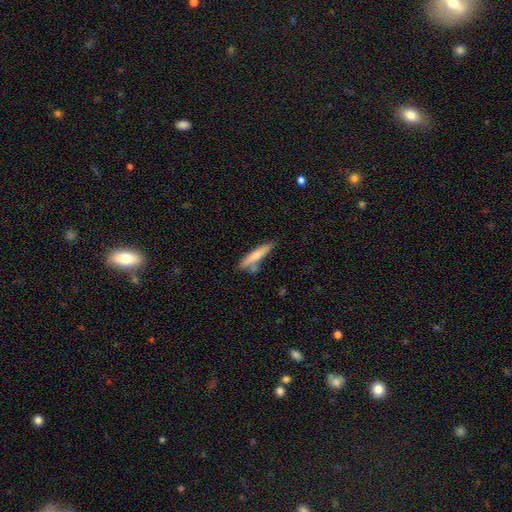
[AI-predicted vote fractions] Smooth or featured: smooth — 66% (featured or disk — 28%)
How rounded: cigar-shaped — 89% (in between — 9%)
Merging: none — 68% (minor disturbance — 17%)